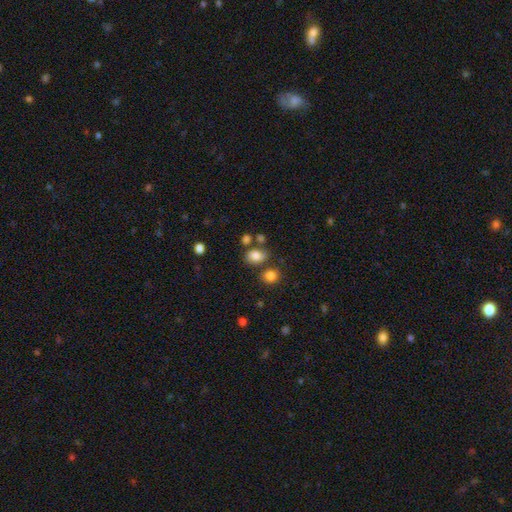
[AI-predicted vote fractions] Morphology: type=smooth (80%); roundness=in between (68%); merging=none (63%).